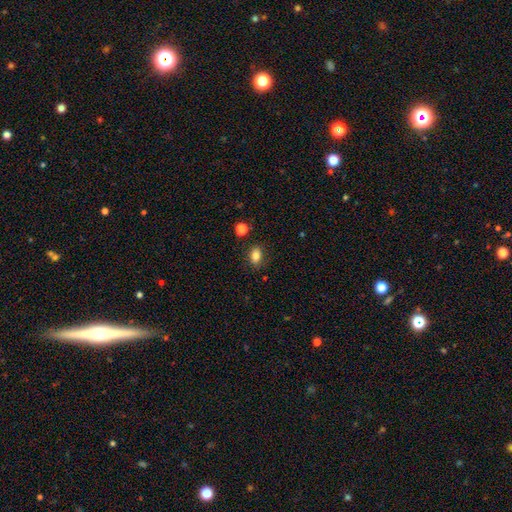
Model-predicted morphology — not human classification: Smooth or featured? smooth (82%)
How rounded? in between (79%)
Merging? none (82%)